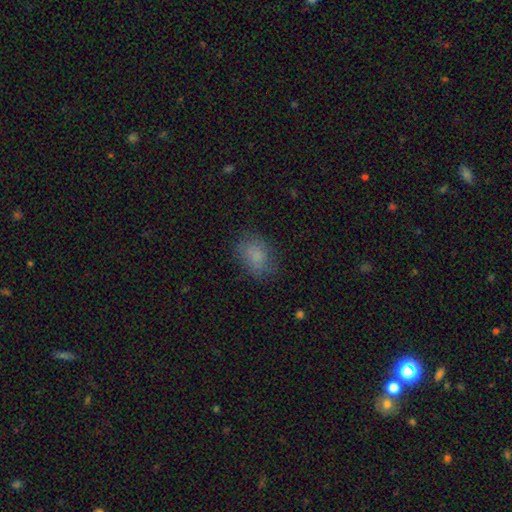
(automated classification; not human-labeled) Smooth or featured? Predicted: smooth (p=0.80). How rounded? Predicted: in between (p=0.72). Merging? Predicted: none (p=0.71).